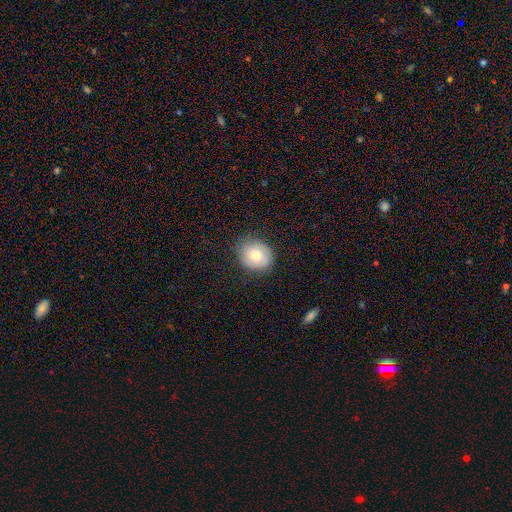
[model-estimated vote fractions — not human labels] Smooth or featured?
  - smooth: 70% *
  - featured or disk: 22%
  - star or artifact: 8%
How rounded?
  - round: 74% *
  - in between: 25%
  - cigar-shaped: 1%
Merging?
  - none: 80% *
  - minor disturbance: 15%
  - major disturbance: 4%
  - merger: 1%